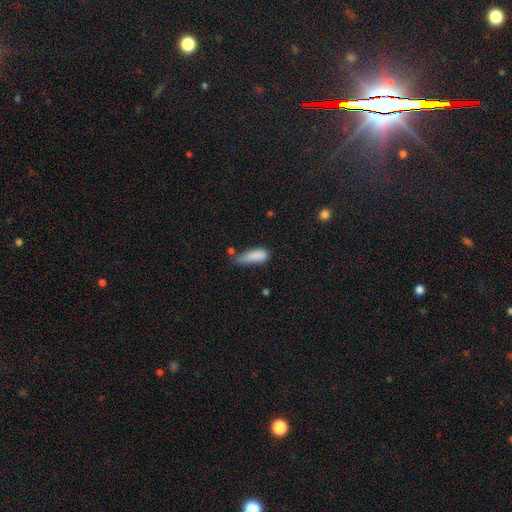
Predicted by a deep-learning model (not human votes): Smooth or featured?
  - smooth: 82% *
  - featured or disk: 9%
  - star or artifact: 8%
How rounded?
  - in between: 64% *
  - cigar-shaped: 34%
  - round: 3%
Merging?
  - minor disturbance: 40% *
  - none: 30%
  - major disturbance: 21%
  - merger: 9%